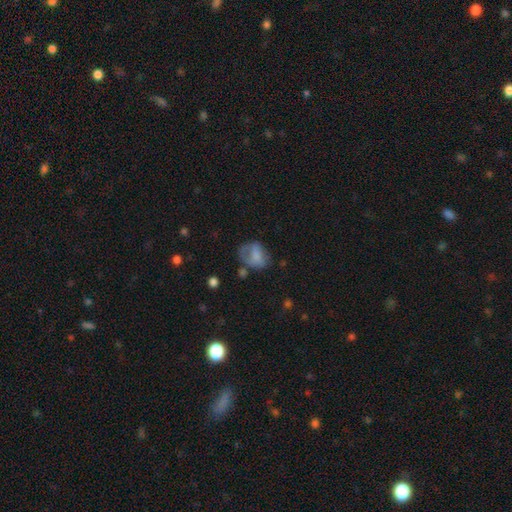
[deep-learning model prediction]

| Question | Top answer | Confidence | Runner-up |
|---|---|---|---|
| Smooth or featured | smooth | 63% | featured or disk (27%) |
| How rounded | in between | 61% | round (37%) |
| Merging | none | 34% | major disturbance (32%) |